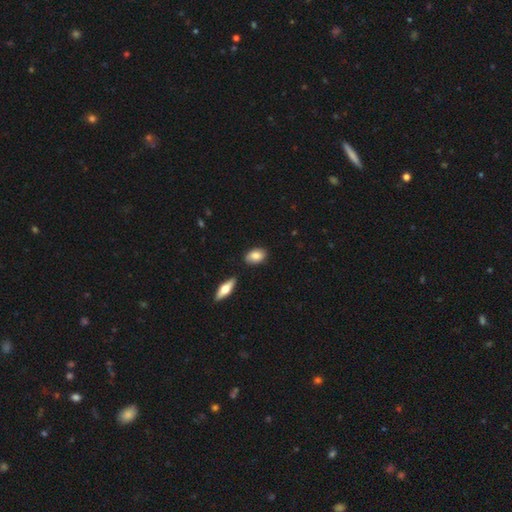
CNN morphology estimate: Smooth or featured?
  - smooth: 81% *
  - featured or disk: 12%
  - star or artifact: 6%
How rounded?
  - in between: 88% *
  - round: 8%
  - cigar-shaped: 4%
Merging?
  - none: 82% *
  - minor disturbance: 12%
  - merger: 4%
  - major disturbance: 2%